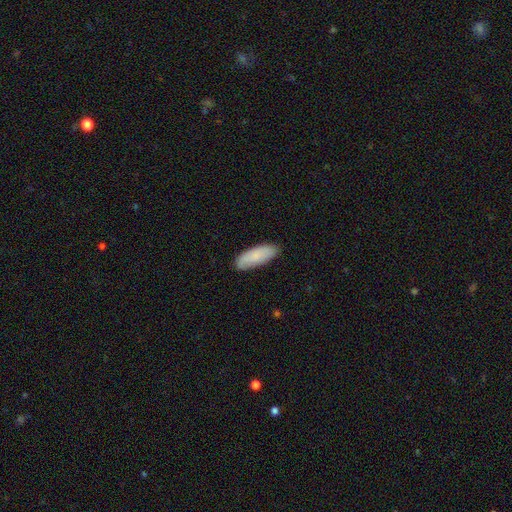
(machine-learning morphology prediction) smooth 83%, featured or disk 11%, star or artifact 6%. Down the decision tree: how rounded — in between (69%); merging — none (83%).